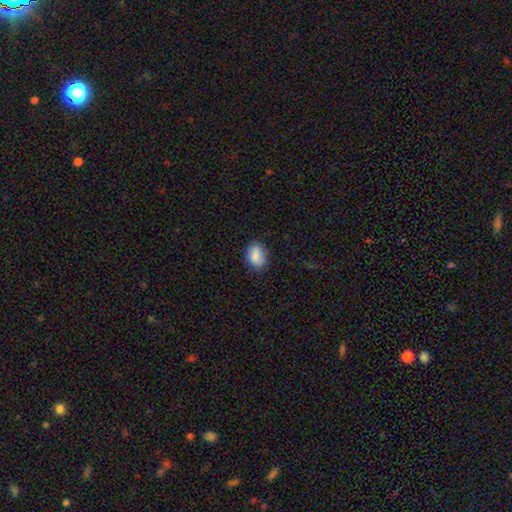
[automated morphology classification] Smooth or featured? smooth (86%)
How rounded? in between (70%)
Merging? none (81%)